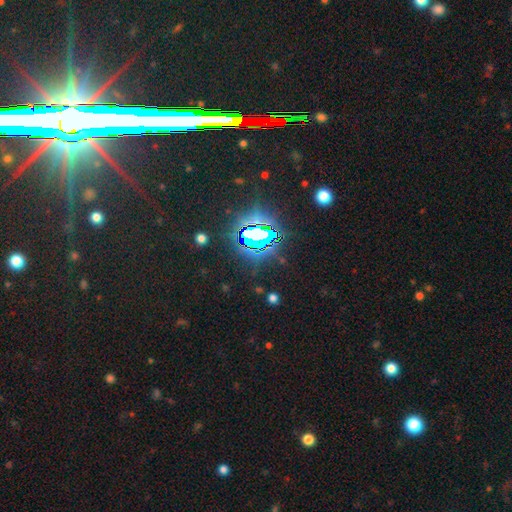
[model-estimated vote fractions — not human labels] smooth_or_featured: star or artifact (p=0.82) [alt: smooth p=0.09]